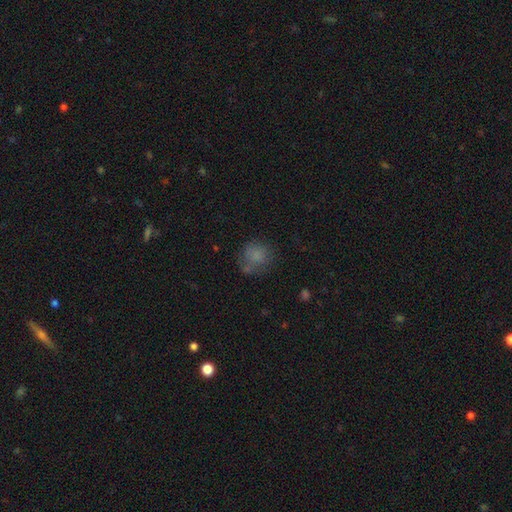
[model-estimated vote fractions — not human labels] Smooth or featured? Predicted: smooth (p=0.75). How rounded? Predicted: round (p=0.83). Merging? Predicted: none (p=0.58).